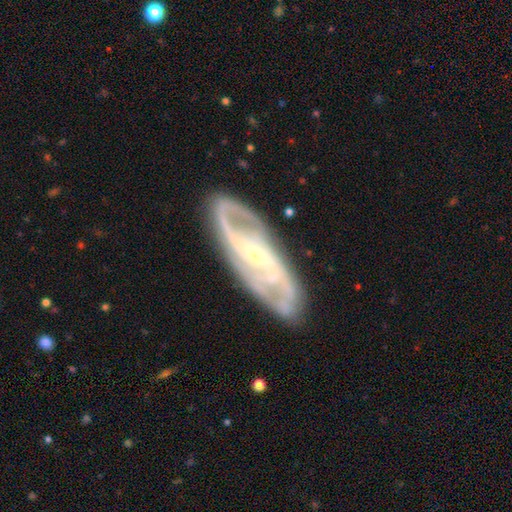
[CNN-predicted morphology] A featured or disk galaxy (86%) with a weak bar (39%), 2 (69%) medium (47%) spiral arms (95%) and a small central bulge (77%).

Vote fractions:
- Smooth or featured? featured or disk: 86% / smooth: 8% / star or artifact: 5%
- Edge-on disk? no: 90% / yes: 10%
- Bar? weak: 39% / strong: 34% / no: 28%
- Spiral arms? yes: 95% / no: 5%
- Spiral winding? medium: 47% / tight: 29% / loose: 24%
- Spiral arm count? 2: 69% / can't tell: 14% / 3: 7% / 4: 3% / 1: 3% / more than 4: 3%
- Bulge size? small: 77% / moderate: 18% / none: 2% / large: 1% / dominant: 1%
- Merging? none: 80% / minor disturbance: 14% / major disturbance: 4% / merger: 2%